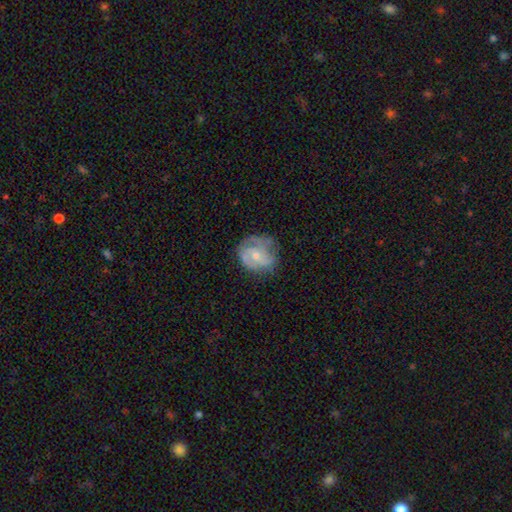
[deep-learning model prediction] featured or disk 61%, smooth 31%, star or artifact 7%. Down the decision tree: edge-on disk — no (97%); bar — no (74%); spiral arms — yes (76%); bulge size — small (57%); merging — none (53%).